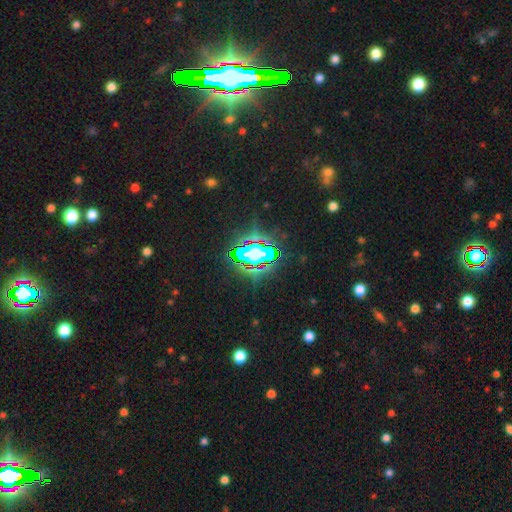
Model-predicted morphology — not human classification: Overall: star or artifact (84%).